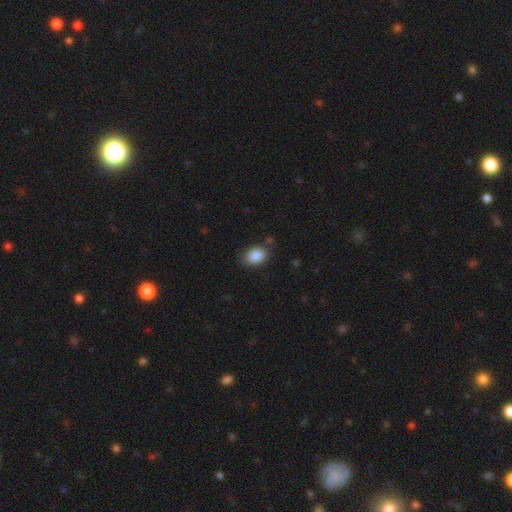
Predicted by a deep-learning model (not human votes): Q: Smooth or featured?
A: smooth (88%); runner-up: star or artifact (8%)
Q: How rounded?
A: in between (77%); runner-up: round (22%)
Q: Merging?
A: none (76%); runner-up: minor disturbance (16%)